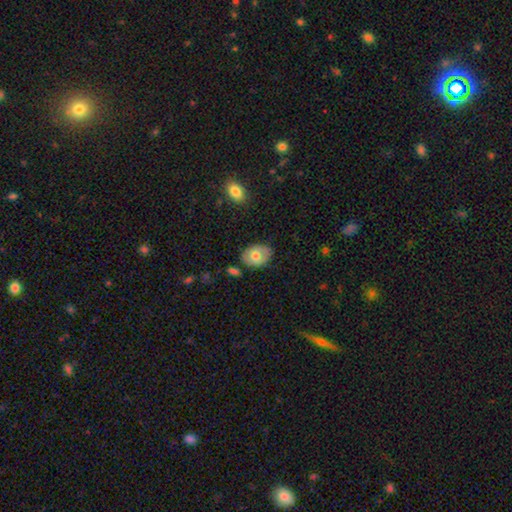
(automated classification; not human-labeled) Smooth or featured: smooth — 64% (featured or disk — 30%)
How rounded: in between — 73% (round — 26%)
Merging: none — 74% (minor disturbance — 19%)